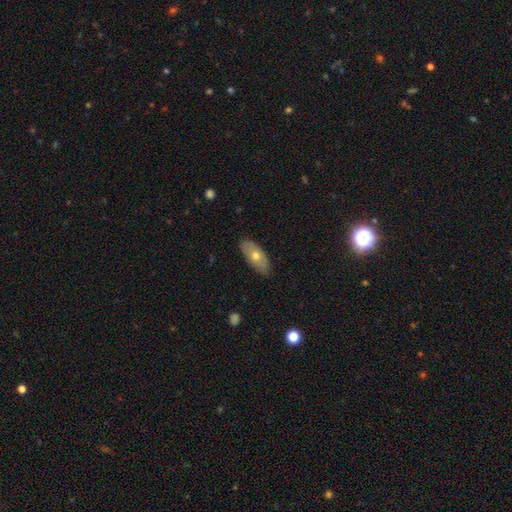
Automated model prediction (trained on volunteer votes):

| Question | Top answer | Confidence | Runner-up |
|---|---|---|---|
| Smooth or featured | smooth | 58% | featured or disk (36%) |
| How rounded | in between | 85% | cigar-shaped (11%) |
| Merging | none | 84% | minor disturbance (13%) |